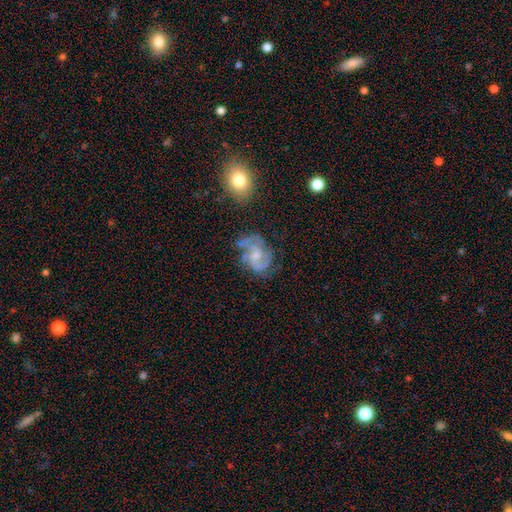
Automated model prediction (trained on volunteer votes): A featured or disk galaxy (85%) with no bar (47%), 2 (83%) medium (55%) spiral arms (96%) and a small central bulge (46%).

Vote fractions:
- Smooth or featured? featured or disk: 85% / smooth: 9% / star or artifact: 6%
- Edge-on disk? no: 98% / yes: 2%
- Bar? no: 47% / weak: 45% / strong: 8%
- Spiral arms? yes: 96% / no: 4%
- Spiral winding? medium: 55% / tight: 24% / loose: 20%
- Spiral arm count? 2: 83% / 3: 6% / can't tell: 6% / 1: 3% / 4: 1% / more than 4: 1%
- Bulge size? small: 46% / moderate: 31% / none: 19% / large: 3% / dominant: 1%
- Merging? none: 58% / minor disturbance: 23% / major disturbance: 14% / merger: 5%